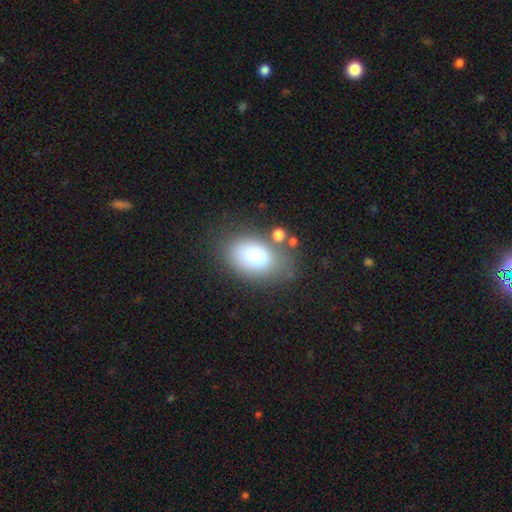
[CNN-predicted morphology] The model was most divided on "merging": none: 68%, minor disturbance: 17%, merger: 8%, major disturbance: 7%. More confident: how rounded — in between (86%); smooth or featured — smooth (78%).